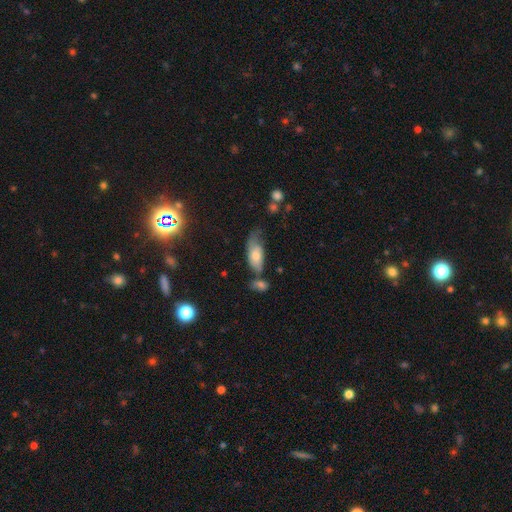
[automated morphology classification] This appears to be a smooth galaxy with no disk features (58%) that is in between round and cigar-shaped (85%). Merging: none (31%).